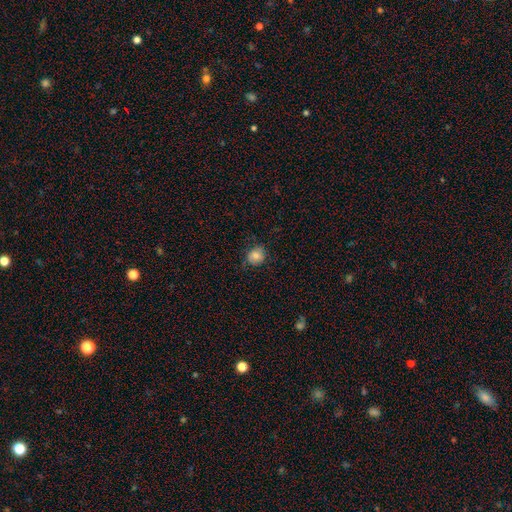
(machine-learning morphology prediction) Smooth or featured: smooth — 78% (featured or disk — 12%)
How rounded: round — 73% (in between — 26%)
Merging: none — 74% (minor disturbance — 20%)